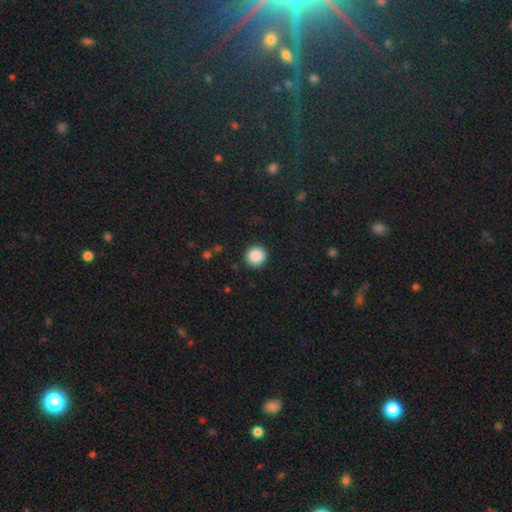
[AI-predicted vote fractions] smooth-or-featured: smooth: 88% | star or artifact: 9% | featured or disk: 3%
  how-rounded: round: 95% | in between: 4% | cigar-shaped: 1%
  merging: none: 92% | minor disturbance: 5% | major disturbance: 2% | merger: 1%